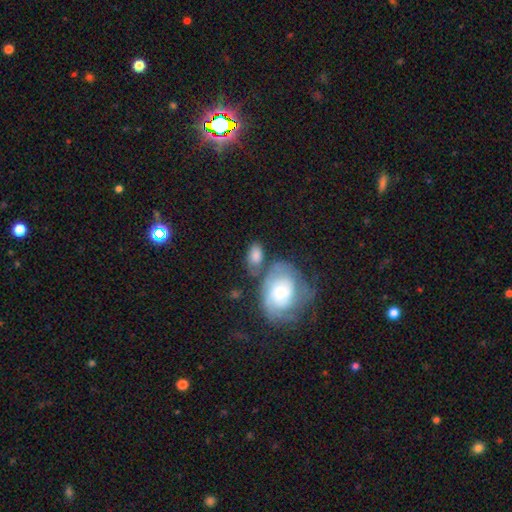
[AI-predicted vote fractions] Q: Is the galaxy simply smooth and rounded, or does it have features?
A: smooth — 69%.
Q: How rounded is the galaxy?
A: in between — 87%.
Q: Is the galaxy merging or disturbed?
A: none — 45%.